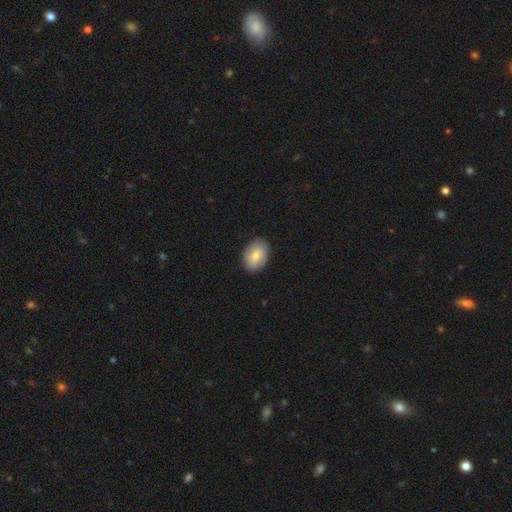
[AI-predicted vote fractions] The model was most divided on "how rounded": in between: 77%, round: 22%, cigar-shaped: 1%. More confident: merging — none (87%); smooth or featured — smooth (75%).